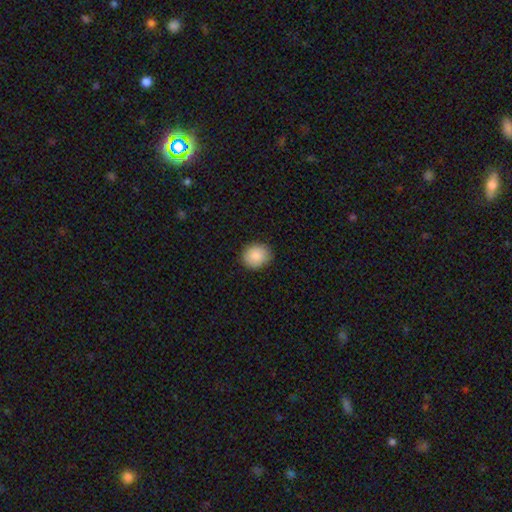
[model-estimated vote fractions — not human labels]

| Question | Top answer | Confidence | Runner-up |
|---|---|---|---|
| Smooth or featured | smooth | 88% | star or artifact (8%) |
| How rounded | round | 68% | in between (31%) |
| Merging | none | 88% | minor disturbance (9%) |